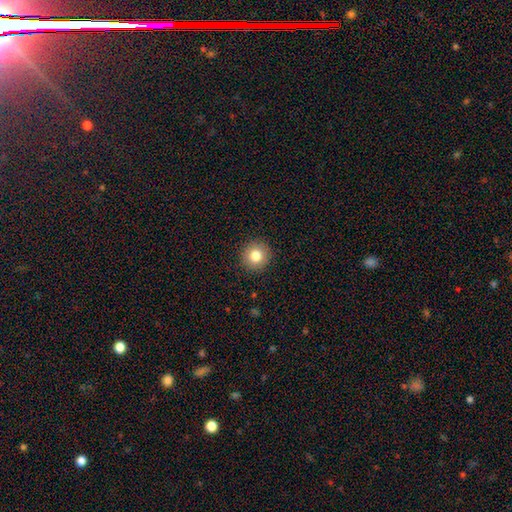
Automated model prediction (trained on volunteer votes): Morphology: type=smooth (81%); roundness=round (94%); merging=none (92%).